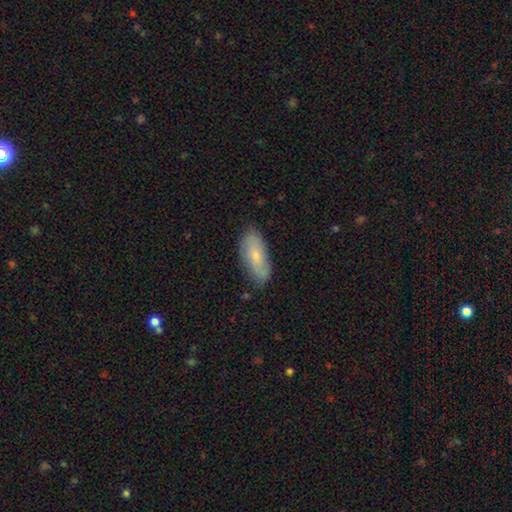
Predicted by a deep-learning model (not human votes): This appears to be a smooth galaxy with no disk features (65%) that is in between round and cigar-shaped (82%). Merging: none (78%).